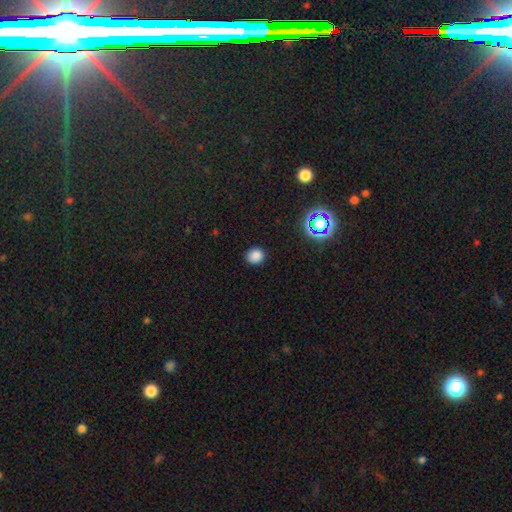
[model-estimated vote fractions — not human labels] The model was most divided on "how rounded": round: 81%, in between: 18%, cigar-shaped: 1%. More confident: merging — none (88%); smooth or featured — smooth (81%).